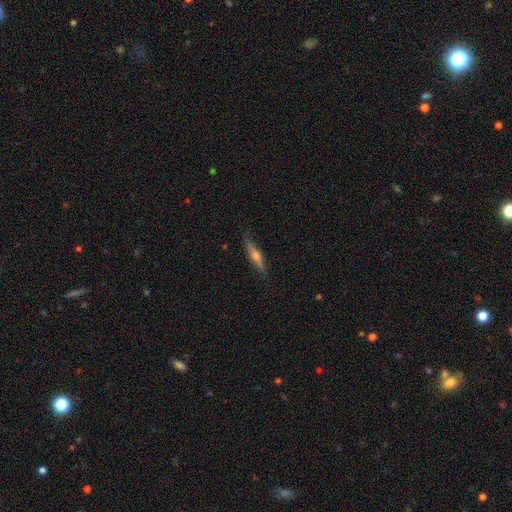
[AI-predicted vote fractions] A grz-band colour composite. It shows a featured or disk galaxy (62%) viewed edge-on (94%) with a rounded central bulge (86%). Merging: none (81%).